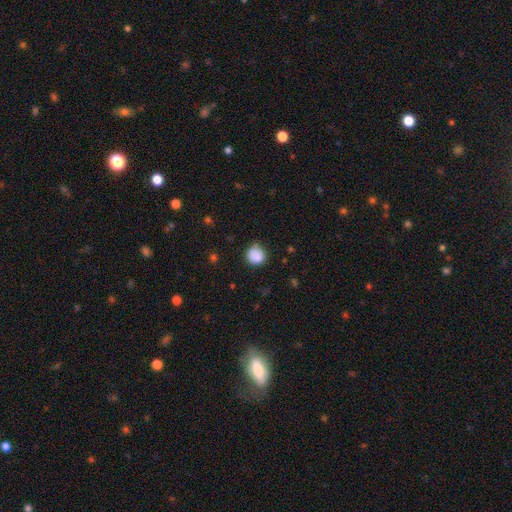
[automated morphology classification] Smooth or featured: smooth — 85% (star or artifact — 9%)
How rounded: round — 88% (in between — 11%)
Merging: none — 71% (minor disturbance — 20%)